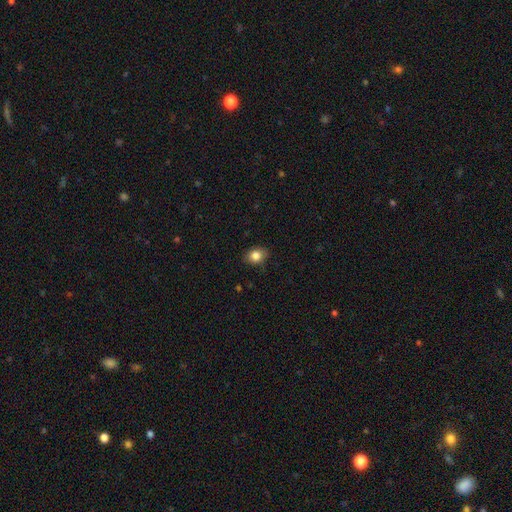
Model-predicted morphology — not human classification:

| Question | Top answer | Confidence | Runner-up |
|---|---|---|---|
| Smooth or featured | smooth | 83% | star or artifact (9%) |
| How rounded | in between | 68% | round (31%) |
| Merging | none | 84% | minor disturbance (13%) |